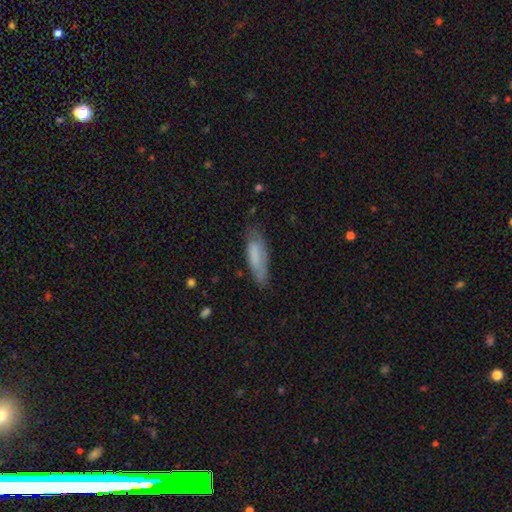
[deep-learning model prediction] smooth 71%, featured or disk 21%, star or artifact 7%. Down the decision tree: how rounded — in between (50%); merging — none (63%).